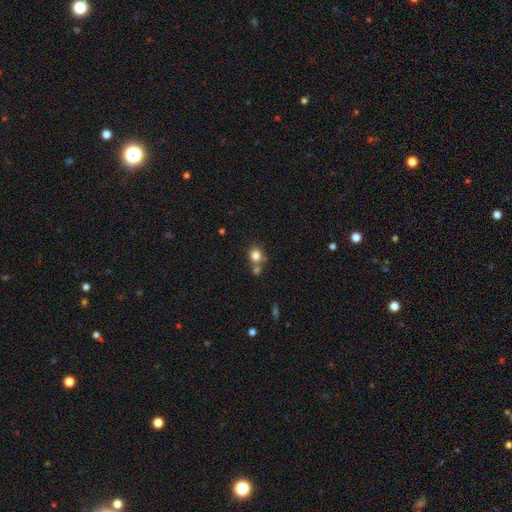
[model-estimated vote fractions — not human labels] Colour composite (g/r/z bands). It shows a smooth galaxy with no disk features (82%) that is round (79%). Merging: none (57%).